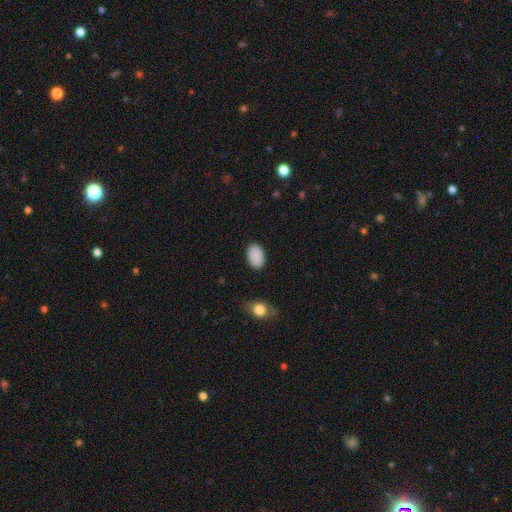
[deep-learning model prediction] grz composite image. It shows a smooth galaxy with no disk features (89%) that is in between round and cigar-shaped (91%). Merging: none (87%).